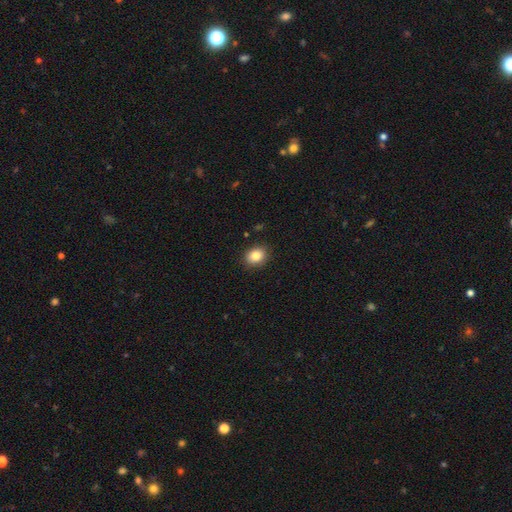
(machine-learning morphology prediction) Smooth or featured? smooth (84%)
How rounded? in between (50%)
Merging? none (89%)